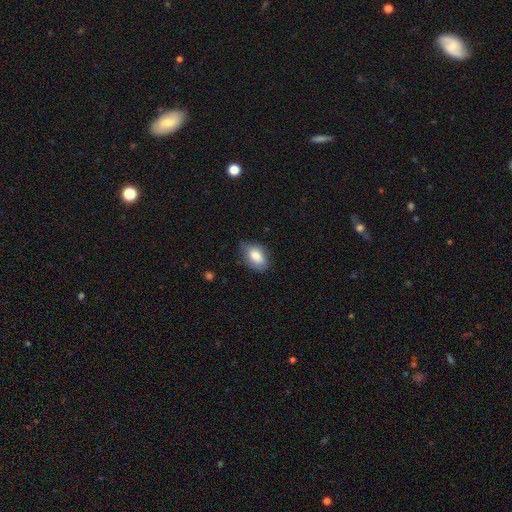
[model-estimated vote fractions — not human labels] Smooth or featured: smooth — 81% (featured or disk — 12%)
How rounded: in between — 91% (round — 8%)
Merging: none — 69% (minor disturbance — 25%)